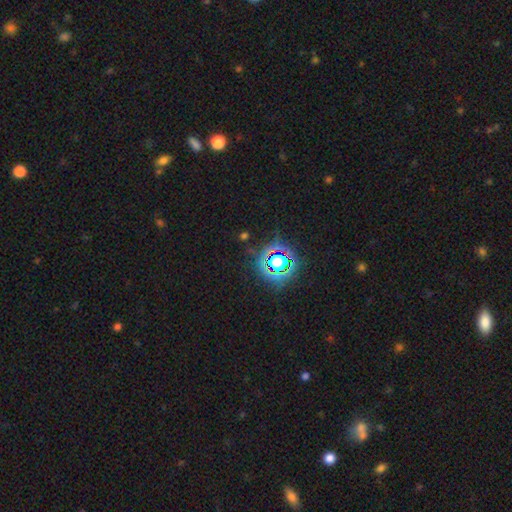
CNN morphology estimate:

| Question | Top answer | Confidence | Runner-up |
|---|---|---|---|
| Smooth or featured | star or artifact | 81% | smooth (12%) |